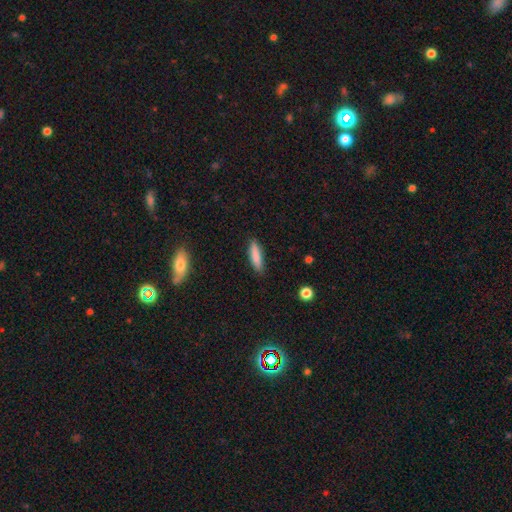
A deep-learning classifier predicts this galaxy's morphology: type=smooth (84%); roundness=cigar-shaped (72%); merging=none (86%).